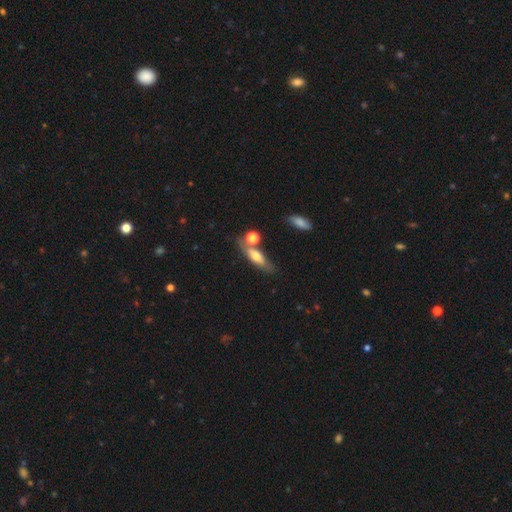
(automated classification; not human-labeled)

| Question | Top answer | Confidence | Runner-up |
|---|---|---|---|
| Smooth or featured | smooth | 56% | featured or disk (36%) |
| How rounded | in between | 50% | cigar-shaped (45%) |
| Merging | none | 61% | merger (19%) |